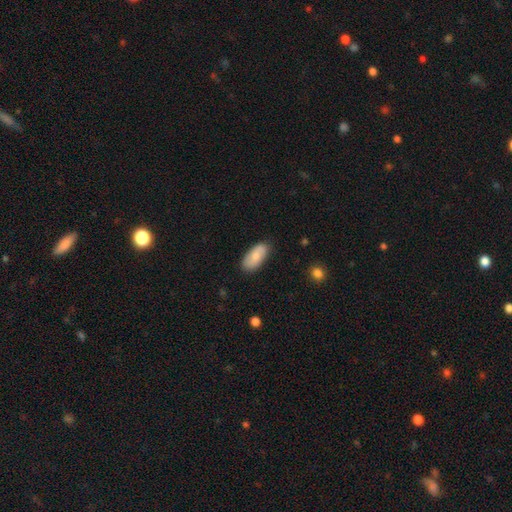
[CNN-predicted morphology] The model was most divided on "smooth or featured": smooth: 77%, featured or disk: 18%, star or artifact: 6%. More confident: how rounded — in between (92%); merging — none (83%).